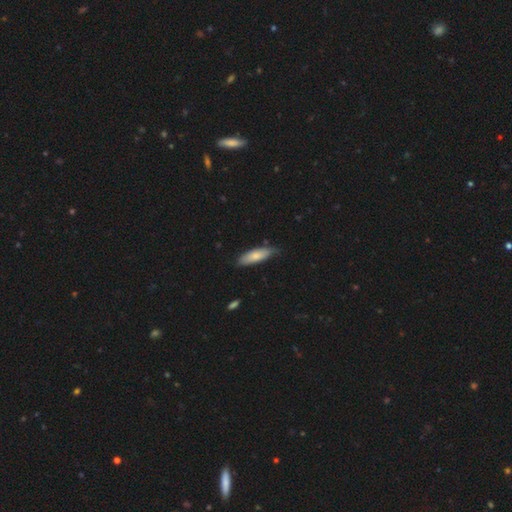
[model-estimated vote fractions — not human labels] A smooth galaxy with no disk features (76%) that is in between round and cigar-shaped (51%). Merging: none (73%).